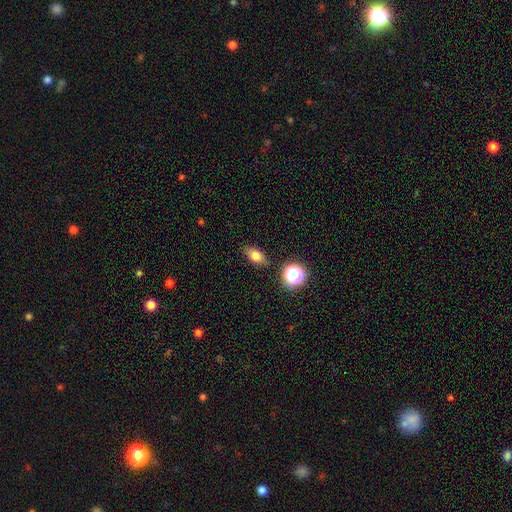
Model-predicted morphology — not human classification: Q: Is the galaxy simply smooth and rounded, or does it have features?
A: smooth — 76%.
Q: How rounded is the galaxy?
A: in between — 78%.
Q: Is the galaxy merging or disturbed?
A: none — 82%.